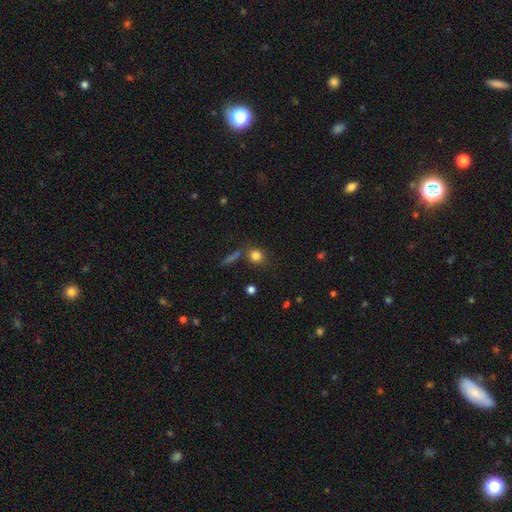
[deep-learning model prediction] This is clearly a smooth galaxy (81%). How rounded: likely round (69%). Merging: likely none (73%).